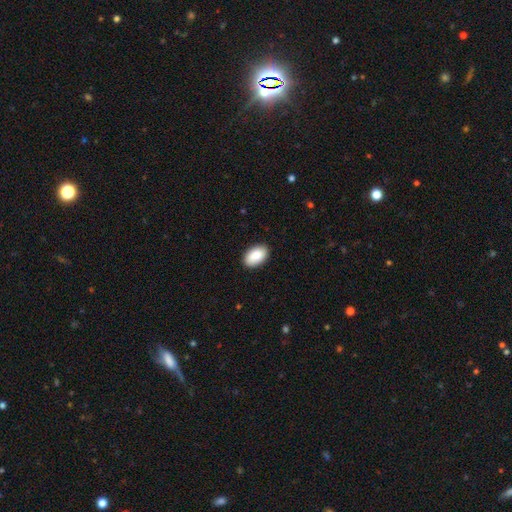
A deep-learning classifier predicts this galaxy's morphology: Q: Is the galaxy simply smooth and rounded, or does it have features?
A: smooth — 88%.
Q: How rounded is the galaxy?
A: in between — 94%.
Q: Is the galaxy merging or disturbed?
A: none — 88%.